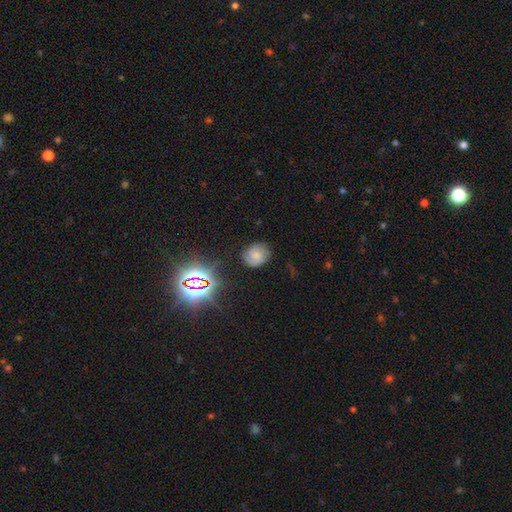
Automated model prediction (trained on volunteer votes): A smooth galaxy with no disk features (56%) that is round (71%).

Vote fractions:
- Smooth or featured? smooth: 56% / featured or disk: 27% / star or artifact: 17%
- How rounded? round: 71% / in between: 28% / cigar-shaped: 1%
- Merging? none: 76% / minor disturbance: 17% / major disturbance: 5% / merger: 2%